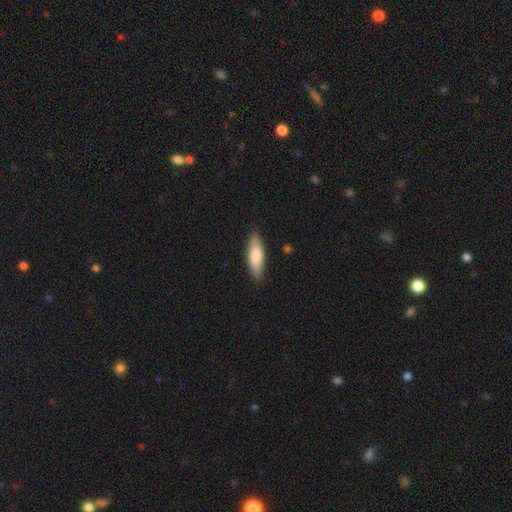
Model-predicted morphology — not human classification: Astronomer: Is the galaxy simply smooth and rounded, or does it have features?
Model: smooth — 78%.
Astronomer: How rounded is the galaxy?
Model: cigar-shaped — 54% (runner-up: in between, 44%).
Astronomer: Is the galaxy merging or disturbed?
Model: none — 86%.